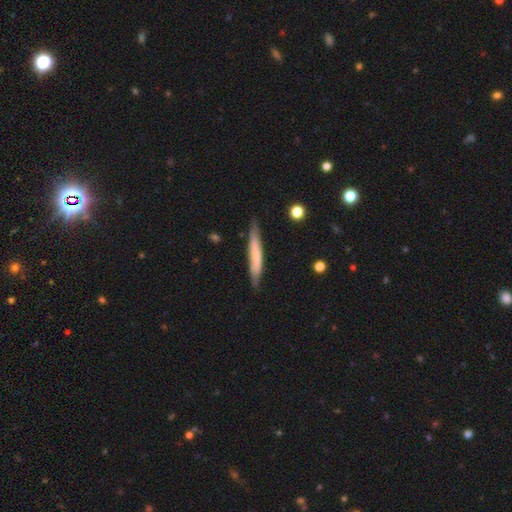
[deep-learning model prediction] Q: Smooth or featured?
A: smooth (58%); runner-up: featured or disk (36%)
Q: How rounded?
A: cigar-shaped (94%); runner-up: in between (5%)
Q: Merging?
A: none (80%); runner-up: minor disturbance (16%)